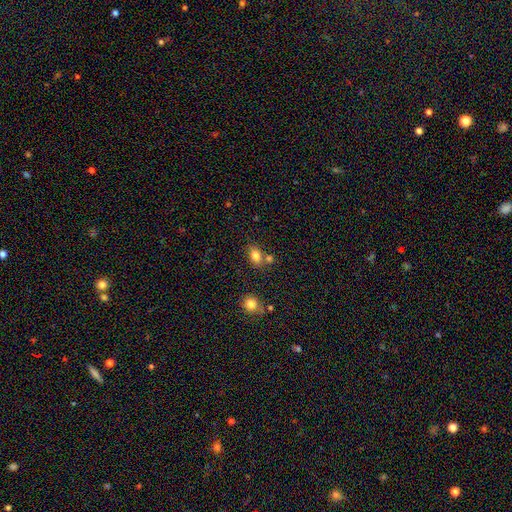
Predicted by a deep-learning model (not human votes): The model was most divided on "merging": none: 61%, merger: 22%, minor disturbance: 13%, major disturbance: 4%. More confident: smooth or featured — smooth (81%); how rounded — in between (70%).